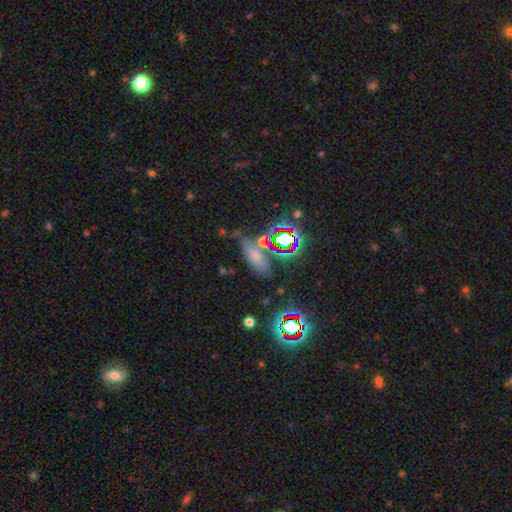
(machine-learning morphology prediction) Smooth or featured? smooth (58%)
How rounded? in between (69%)
Merging? none (67%)